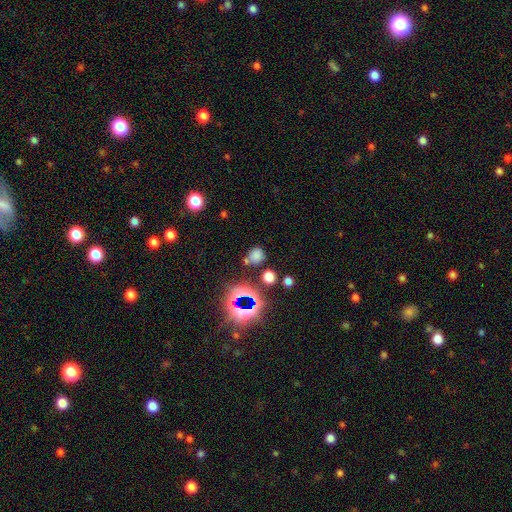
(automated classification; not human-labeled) This appears to be a smooth galaxy with no disk features (63%) that is round (75%). Merging: none (66%).